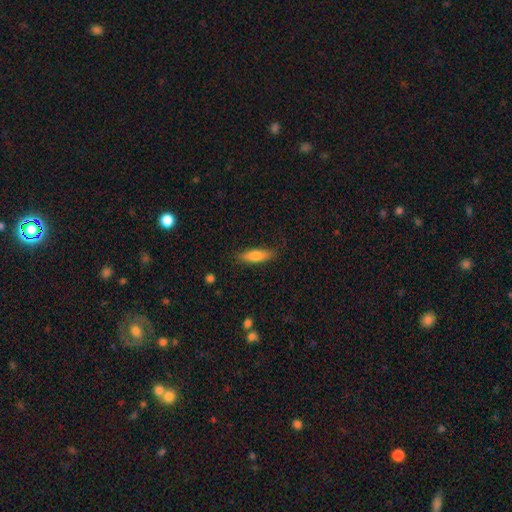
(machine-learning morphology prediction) Smooth or featured? smooth (76%)
How rounded? in between (49%, tied with cigar-shaped)
Merging? none (82%)